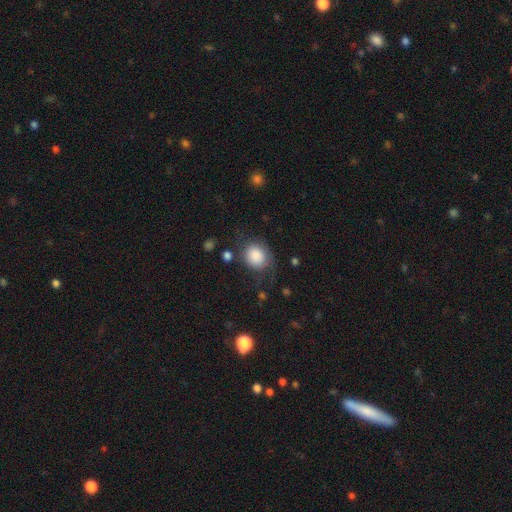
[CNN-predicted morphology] The model was most divided on "how rounded": round: 63%, in between: 36%, cigar-shaped: 1%. More confident: smooth or featured — smooth (83%); merging — none (58%).